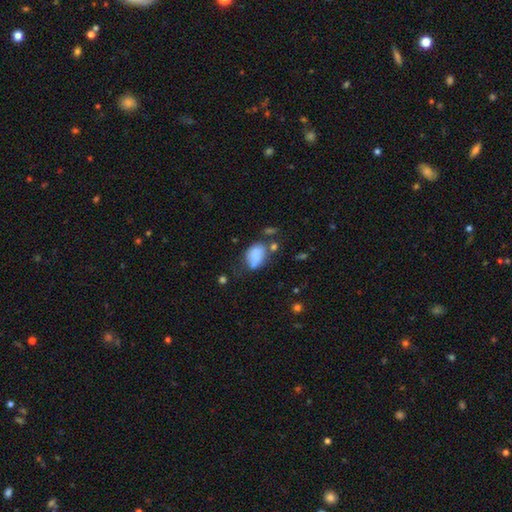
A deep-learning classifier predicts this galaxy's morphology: smooth 72%, featured or disk 18%, star or artifact 9%. Down the decision tree: how rounded — in between (81%); merging — none (39%).